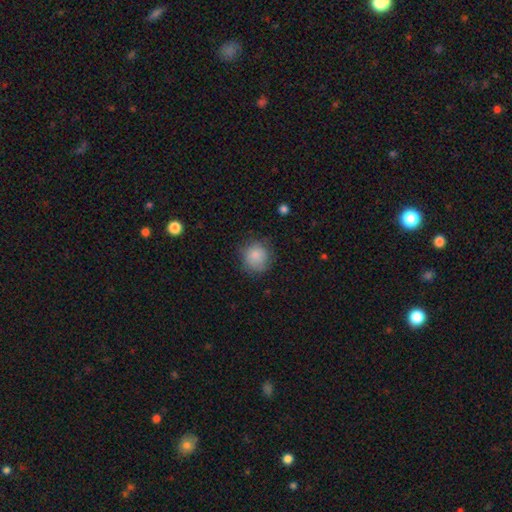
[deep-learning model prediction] This is clearly a smooth galaxy (85%). How rounded: clearly round (89%). Merging: likely none (76%).